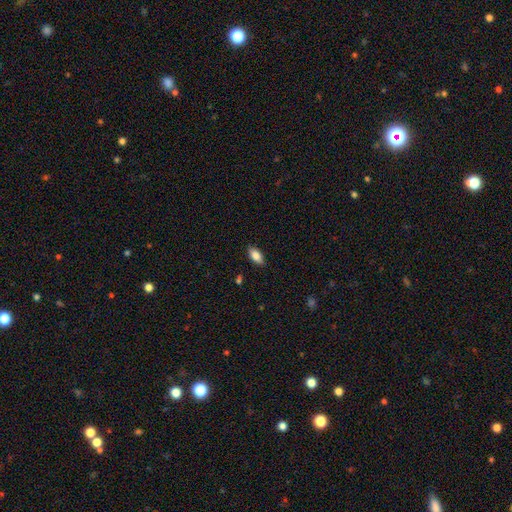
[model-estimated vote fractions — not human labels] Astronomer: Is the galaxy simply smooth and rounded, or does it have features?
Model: smooth — 83%.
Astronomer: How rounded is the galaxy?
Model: in between — 90%.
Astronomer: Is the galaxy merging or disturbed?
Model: none — 87%.